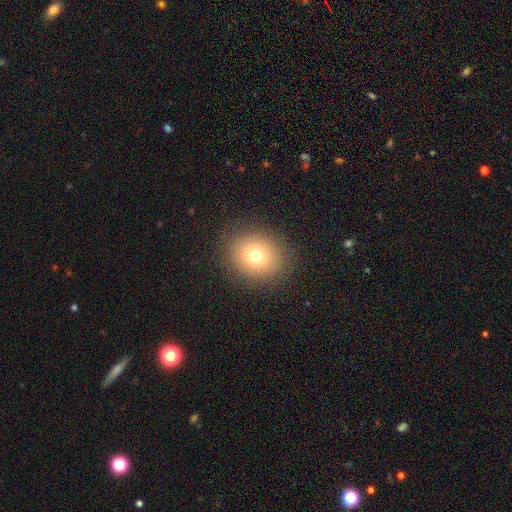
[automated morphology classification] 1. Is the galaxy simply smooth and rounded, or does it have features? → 75% smooth, 13% star or artifact, 12% featured or disk.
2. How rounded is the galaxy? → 71% round, 28% in between, 1% cigar-shaped.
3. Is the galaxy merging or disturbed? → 89% none, 7% minor disturbance, 3% major disturbance, 1% merger.